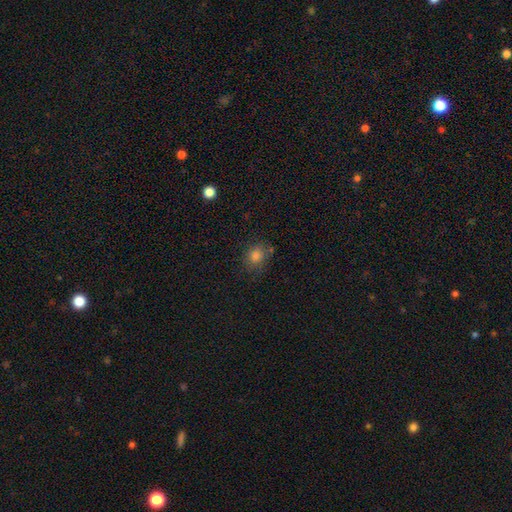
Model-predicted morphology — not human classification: Smooth or featured?
  - smooth: 80% *
  - star or artifact: 13%
  - featured or disk: 7%
How rounded?
  - round: 62% *
  - in between: 37%
  - cigar-shaped: 1%
Merging?
  - none: 73% *
  - minor disturbance: 17%
  - major disturbance: 5%
  - merger: 5%